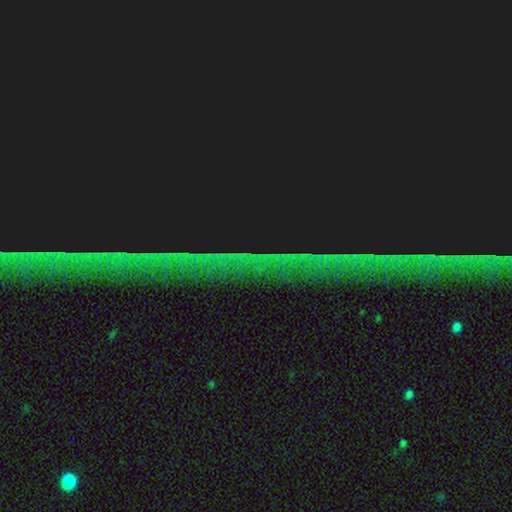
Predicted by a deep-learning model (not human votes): smooth_or_featured: star or artifact (p=0.85) [alt: featured or disk p=0.08]